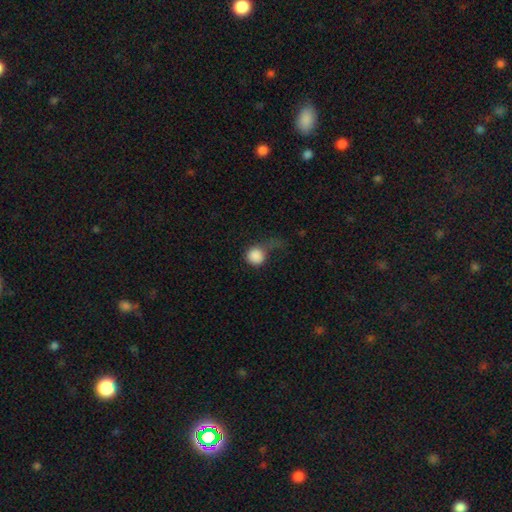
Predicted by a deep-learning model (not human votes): This is clearly a smooth galaxy (86%). How rounded: clearly round (90%). Merging: marginally none (39%).